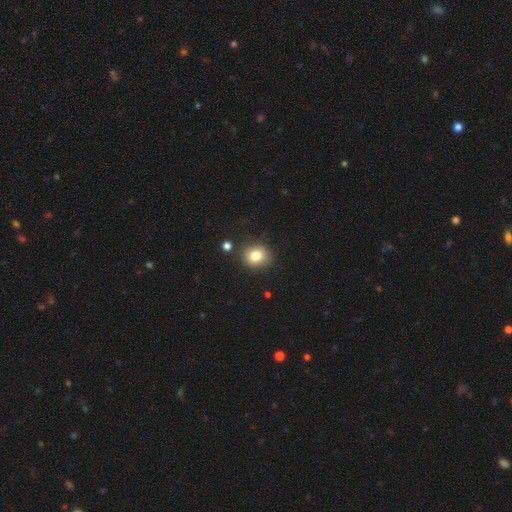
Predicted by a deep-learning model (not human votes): Morphology: type=smooth (80%); roundness=round (76%); merging=none (84%).